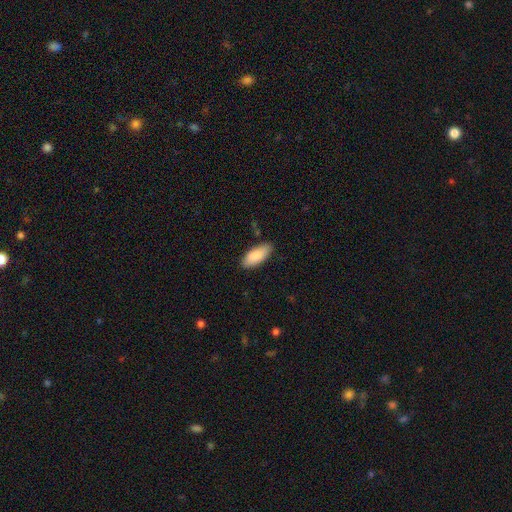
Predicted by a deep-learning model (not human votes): smooth-or-featured: smooth: 88% | featured or disk: 7% | star or artifact: 6%
  how-rounded: in between: 85% | cigar-shaped: 14% | round: 2%
  merging: none: 84% | minor disturbance: 12% | major disturbance: 2% | merger: 1%